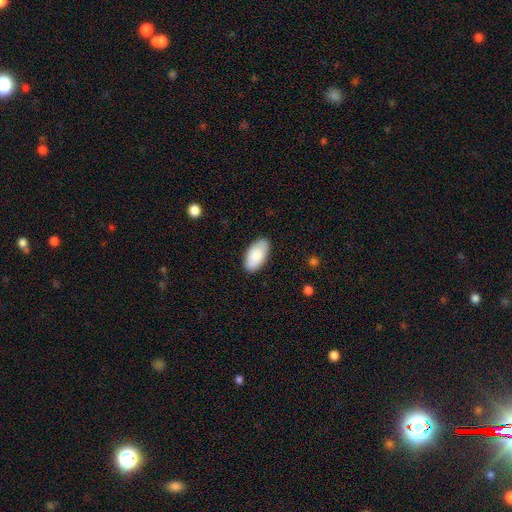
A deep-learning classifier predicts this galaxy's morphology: Smooth or featured? smooth (86%)
How rounded? in between (96%)
Merging? none (86%)